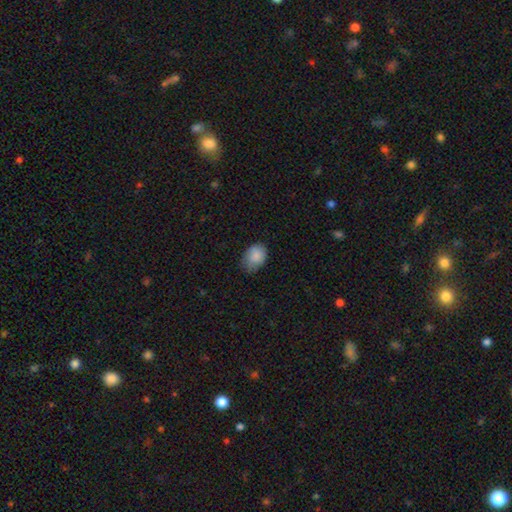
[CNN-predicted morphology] smooth 86%, star or artifact 8%, featured or disk 6%. Down the decision tree: how rounded — in between (68%); merging — none (61%).